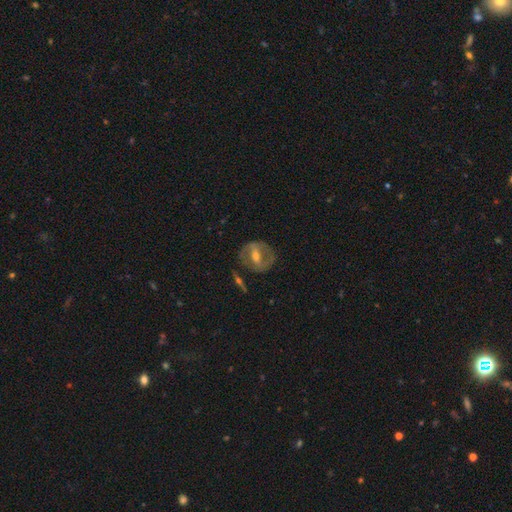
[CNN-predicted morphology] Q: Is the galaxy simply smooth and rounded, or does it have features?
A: featured or disk — 70%.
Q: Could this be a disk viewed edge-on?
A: no — 91%.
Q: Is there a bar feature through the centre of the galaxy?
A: strong — 48%.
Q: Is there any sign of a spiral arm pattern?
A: yes — 54%.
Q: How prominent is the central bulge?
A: moderate — 58%.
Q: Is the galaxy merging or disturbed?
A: none — 70%.